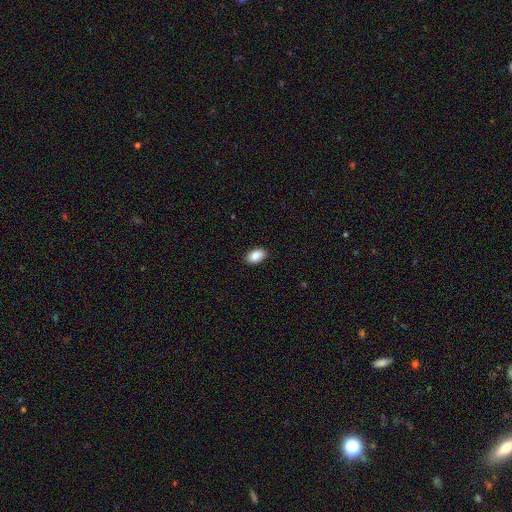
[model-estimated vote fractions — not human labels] The model was most divided on "merging": none: 89%, minor disturbance: 8%, major disturbance: 2%, merger: 1%. More confident: how rounded — in between (93%); smooth or featured — smooth (90%).